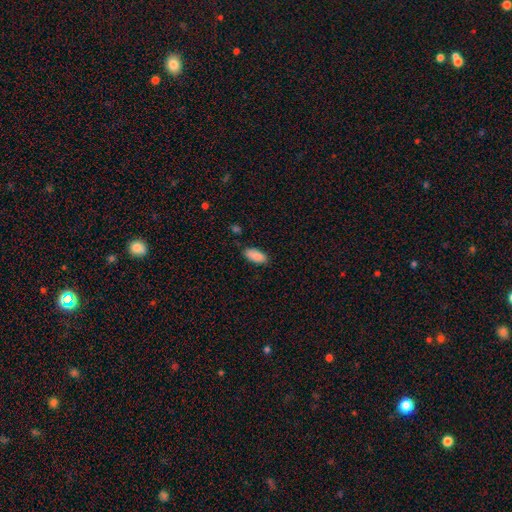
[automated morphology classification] Overall: smooth (89%). How rounded: in between (88%). Merging: none (81%).